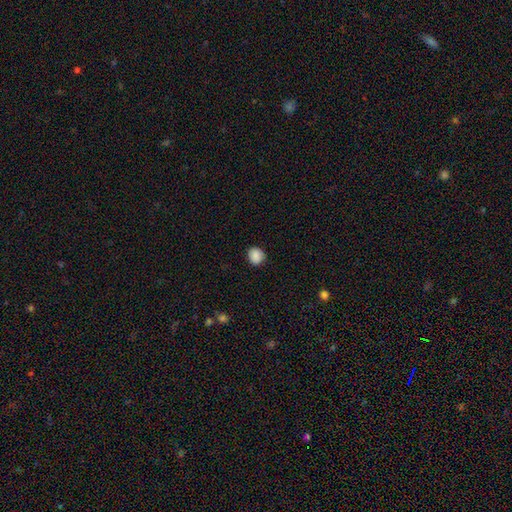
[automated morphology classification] Smooth or featured?
  - smooth: 88% *
  - star or artifact: 8%
  - featured or disk: 4%
How rounded?
  - round: 81% *
  - in between: 18%
  - cigar-shaped: 1%
Merging?
  - none: 87% *
  - minor disturbance: 10%
  - major disturbance: 2%
  - merger: 1%